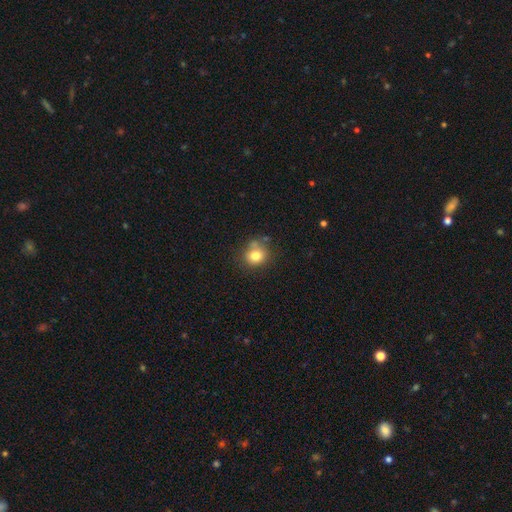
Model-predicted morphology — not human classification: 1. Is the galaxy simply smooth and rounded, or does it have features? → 80% smooth, 11% star or artifact, 9% featured or disk.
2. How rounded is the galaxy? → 76% round, 23% in between, 1% cigar-shaped.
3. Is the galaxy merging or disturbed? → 65% none, 20% minor disturbance, 9% merger, 6% major disturbance.